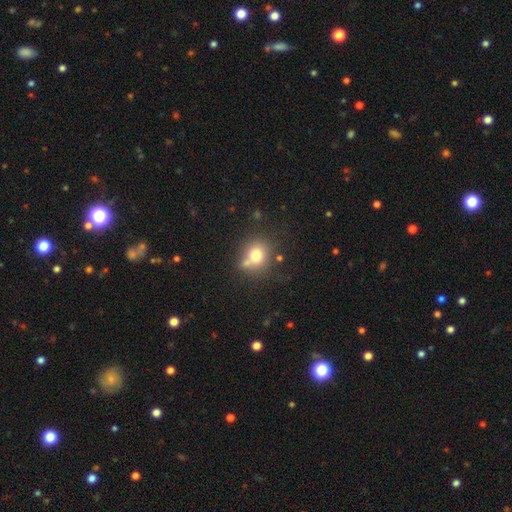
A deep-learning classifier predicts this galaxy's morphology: type=smooth (74%); roundness=round (73%); merging=none (57%).